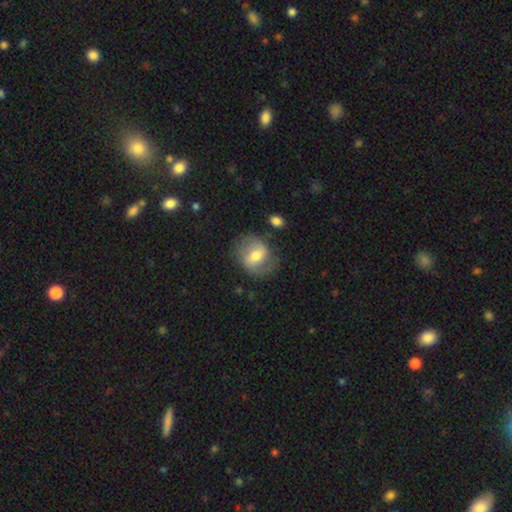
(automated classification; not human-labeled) featured or disk 46% (tied), smooth 46% (tied), star or artifact 7%. Down the decision tree: merging — none (70%).